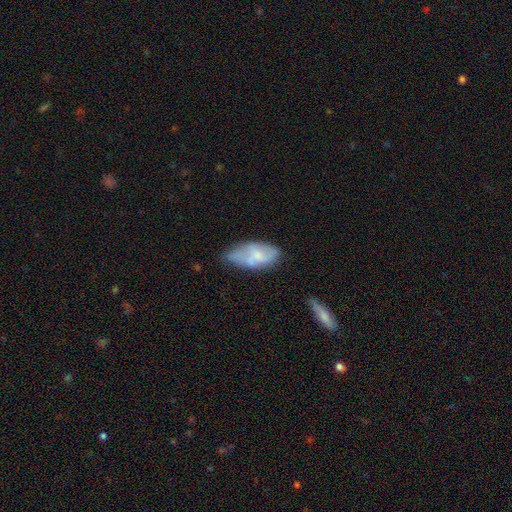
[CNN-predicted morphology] Smooth or featured: smooth — 58% (featured or disk — 35%)
How rounded: in between — 89% (cigar-shaped — 8%)
Merging: none — 43% (minor disturbance — 38%)